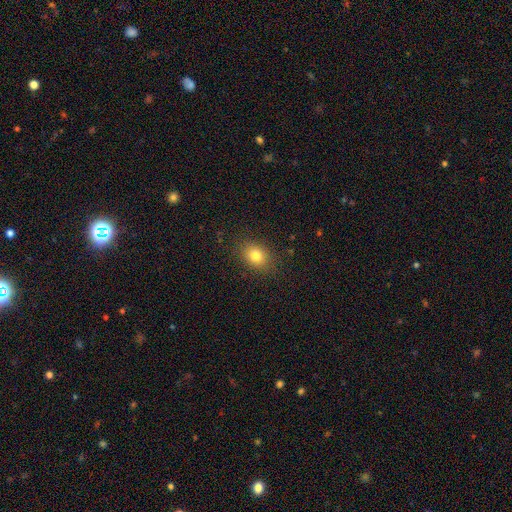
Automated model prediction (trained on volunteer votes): smooth_or_featured: smooth (p=0.80) [alt: star or artifact p=0.11]
how_rounded: in between (p=0.62) [alt: round p=0.37]
merging: none (p=0.86) [alt: minor disturbance p=0.10]